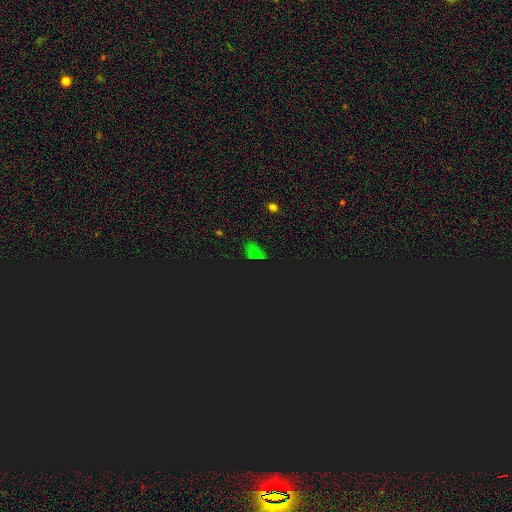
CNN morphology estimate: star or artifact 62%, smooth 31%, featured or disk 7%.